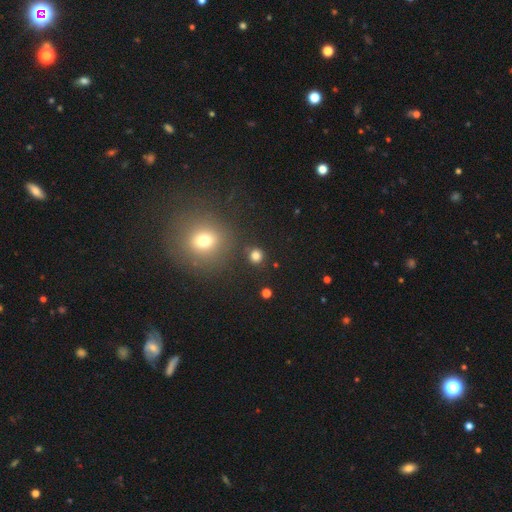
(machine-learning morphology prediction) type=smooth (79%); roundness=round (90%); merging=none (86%).